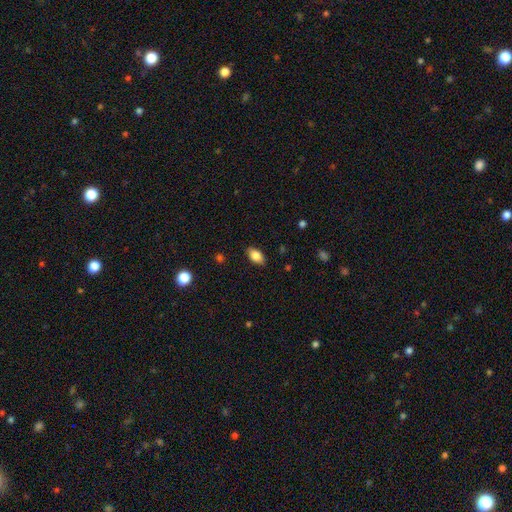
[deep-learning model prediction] Smooth or featured? Predicted: smooth (p=0.83). How rounded? Predicted: in between (p=0.90). Merging? Predicted: none (p=0.87).